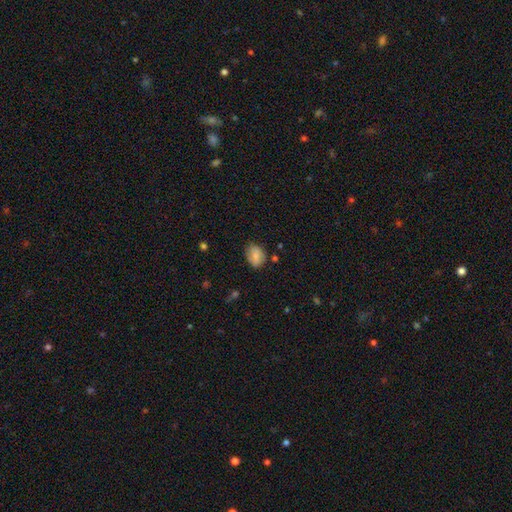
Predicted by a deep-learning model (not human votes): Q: Smooth or featured?
A: smooth (81%); runner-up: featured or disk (11%)
Q: How rounded?
A: in between (73%); runner-up: round (26%)
Q: Merging?
A: none (75%); runner-up: minor disturbance (19%)